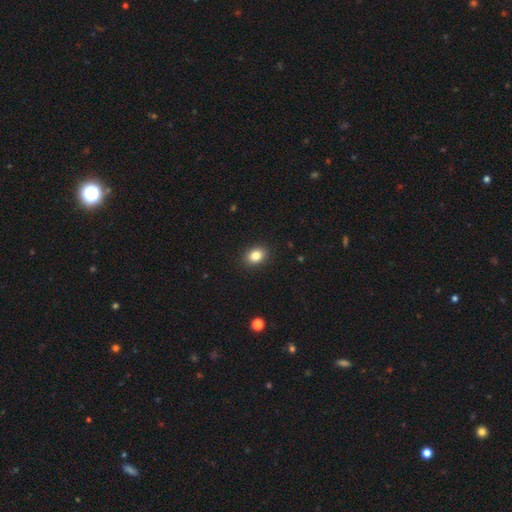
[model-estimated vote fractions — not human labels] Overall: smooth (84%). How rounded: in between (65%; round 34%). Merging: none (90%).